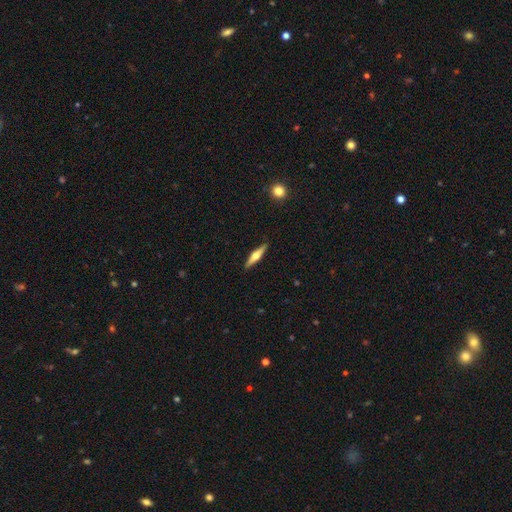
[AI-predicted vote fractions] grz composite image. It shows a featured or disk galaxy (57%) viewed edge-on (96%) with a rounded central bulge (92%). Merging: none (90%).